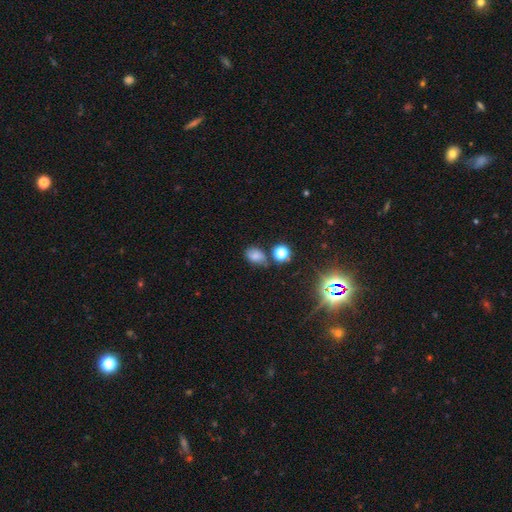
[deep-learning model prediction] smooth_or_featured: smooth (p=0.71) [alt: star or artifact p=0.20]
how_rounded: in between (p=0.71) [alt: round p=0.28]
merging: none (p=0.65) [alt: minor disturbance p=0.20]